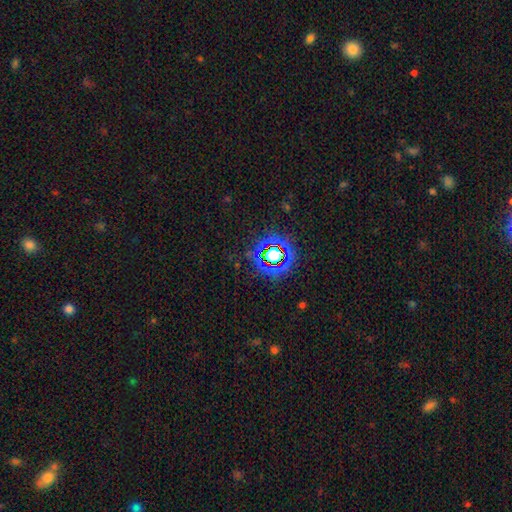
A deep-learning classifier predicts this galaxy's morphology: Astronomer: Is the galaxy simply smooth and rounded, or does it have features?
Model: star or artifact — 62%.